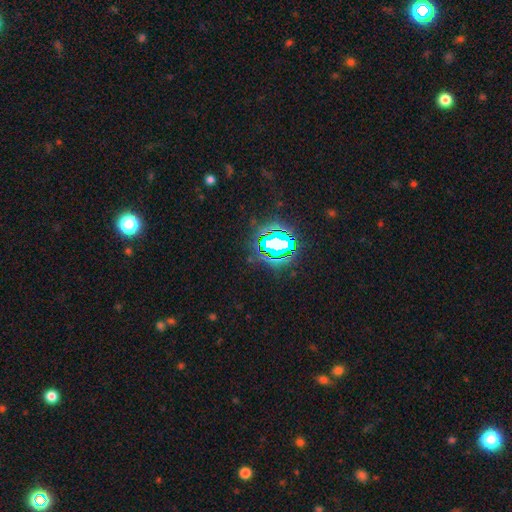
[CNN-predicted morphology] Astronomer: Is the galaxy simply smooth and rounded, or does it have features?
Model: star or artifact — 80%.